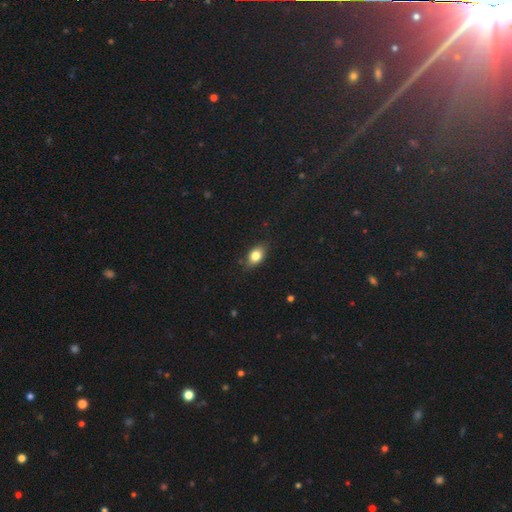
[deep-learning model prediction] The model was most divided on "smooth or featured": smooth: 78%, featured or disk: 13%, star or artifact: 9%. More confident: merging — none (81%); how rounded — in between (81%).